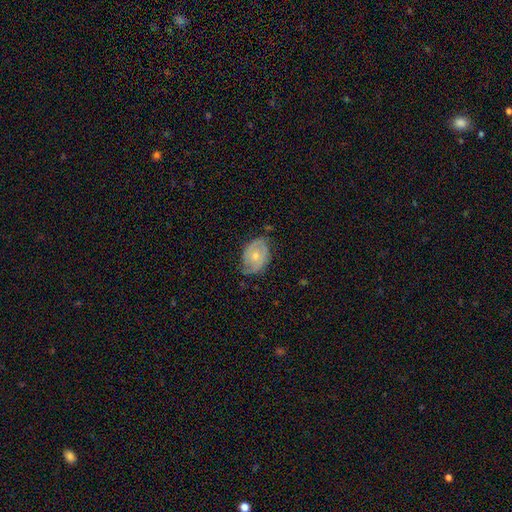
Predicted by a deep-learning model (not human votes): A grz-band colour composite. It shows a featured or disk galaxy (59%) with no bar (75%), spiral arms (78%) and a small central bulge (53%). Merging: none (60%).